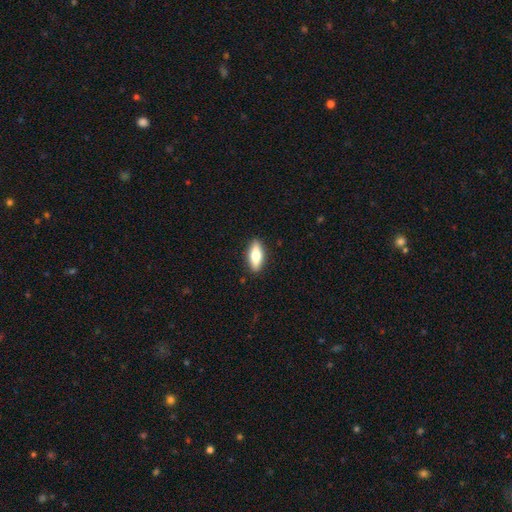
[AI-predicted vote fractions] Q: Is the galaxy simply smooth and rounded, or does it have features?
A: smooth — 64%.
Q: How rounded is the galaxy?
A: in between — 68%.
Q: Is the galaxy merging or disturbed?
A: none — 89%.